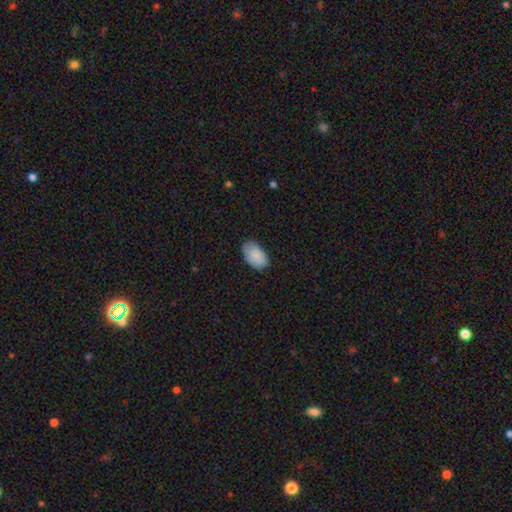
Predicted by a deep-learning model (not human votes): A smooth galaxy with no disk features (87%) that is in between round and cigar-shaped (93%). Merging: none (75%).